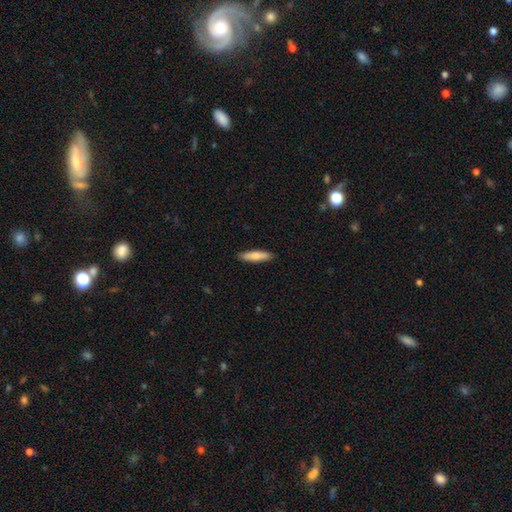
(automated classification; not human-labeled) A smooth galaxy with no disk features (77%) that is cigar-shaped (75%). Merging: none (90%).